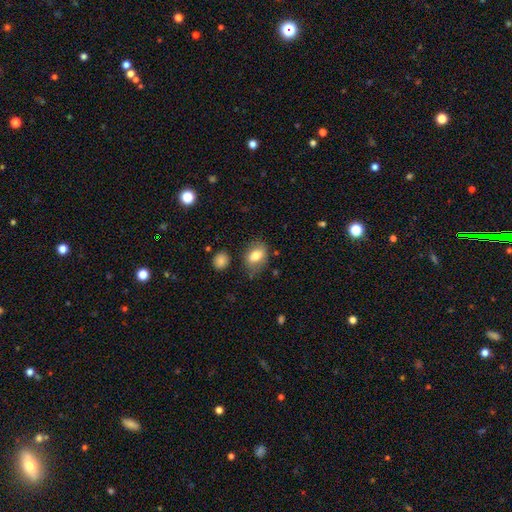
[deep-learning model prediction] smooth-or-featured: smooth: 77% | featured or disk: 15% | star or artifact: 8%
  how-rounded: in between: 79% | round: 19% | cigar-shaped: 2%
  merging: none: 67% | minor disturbance: 23% | major disturbance: 7% | merger: 3%